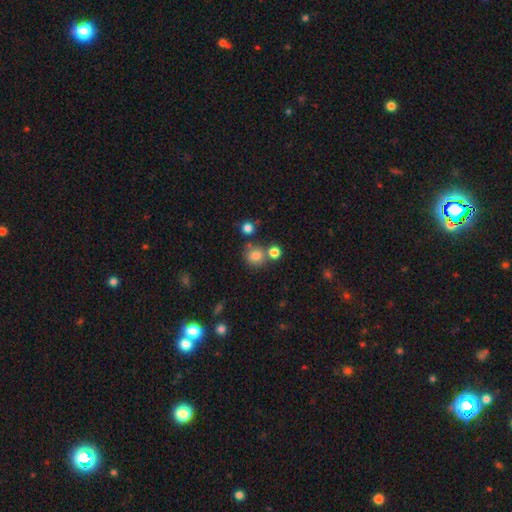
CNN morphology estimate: This is likely a smooth galaxy (79%). How rounded: clearly round (87%). Merging: likely none (67%).